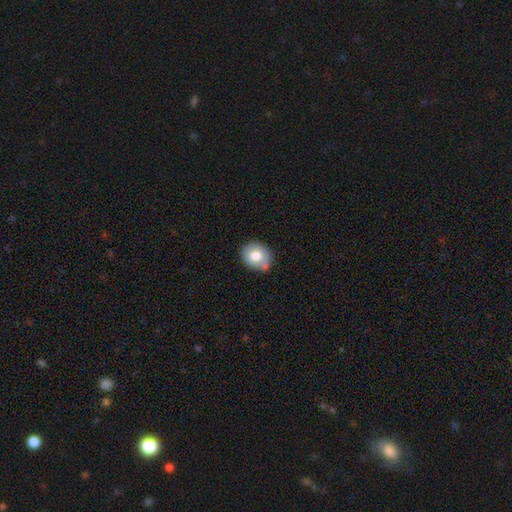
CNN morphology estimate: This appears to be a smooth galaxy with no disk features (74%) that is round (60%). Merging: none (71%).